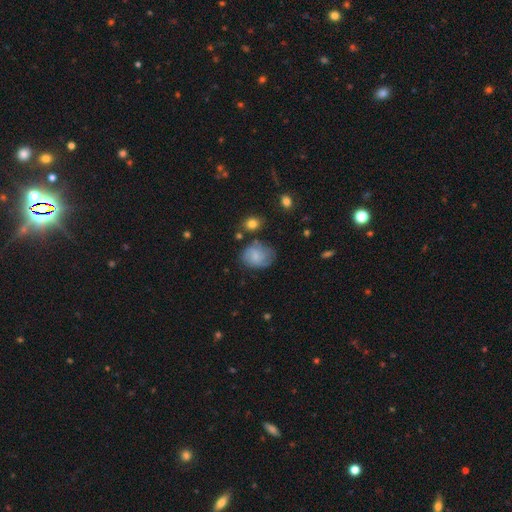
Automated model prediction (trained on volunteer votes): The model was most divided on "how rounded": in between: 53%, round: 46%, cigar-shaped: 1%. More confident: smooth or featured — smooth (67%); merging — none (56%).